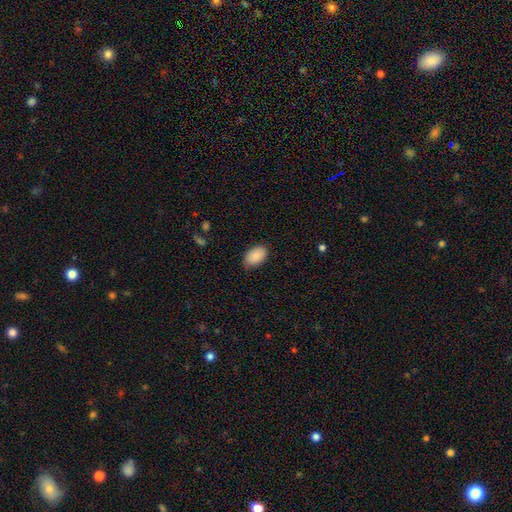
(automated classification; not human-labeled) This appears to be a smooth galaxy with no disk features (89%) that is in between round and cigar-shaped (92%). Merging: none (79%).